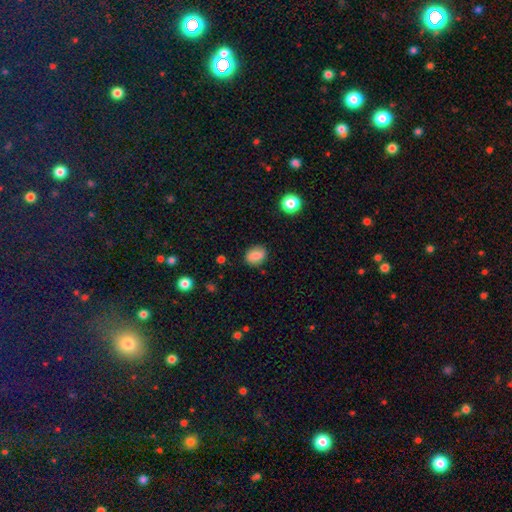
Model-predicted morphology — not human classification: Smooth or featured? Predicted: smooth (p=0.79). How rounded? Predicted: in between (p=0.62). Merging? Predicted: none (p=0.82).